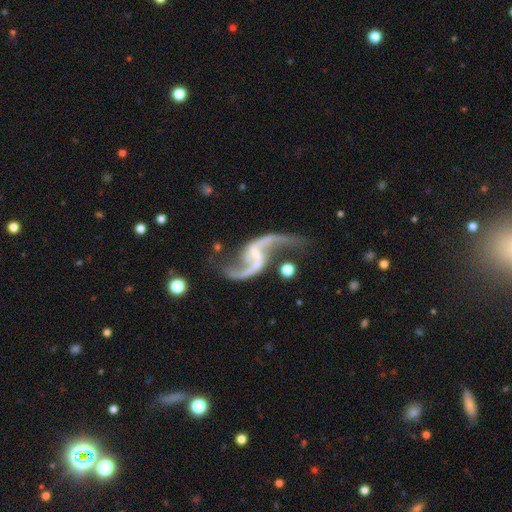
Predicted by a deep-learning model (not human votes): This appears to be a featured or disk galaxy (92%) with a weak bar (45%), 2 (94%) loose (89%) spiral arms (97%) and no central bulge (44%). Merging: none (65%).